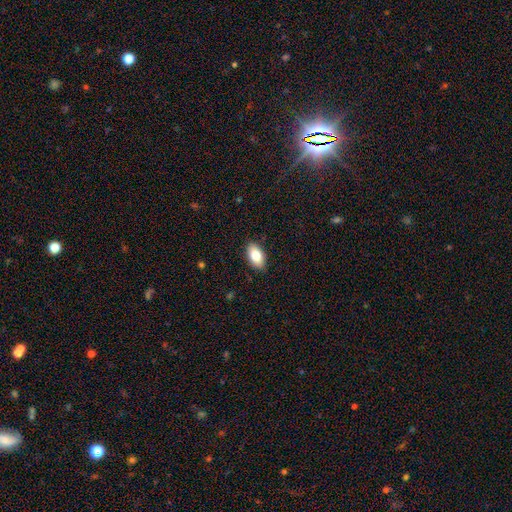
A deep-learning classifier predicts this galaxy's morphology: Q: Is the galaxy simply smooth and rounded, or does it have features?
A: smooth — 81%.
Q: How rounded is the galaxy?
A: in between — 93%.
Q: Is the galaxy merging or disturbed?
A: none — 89%.